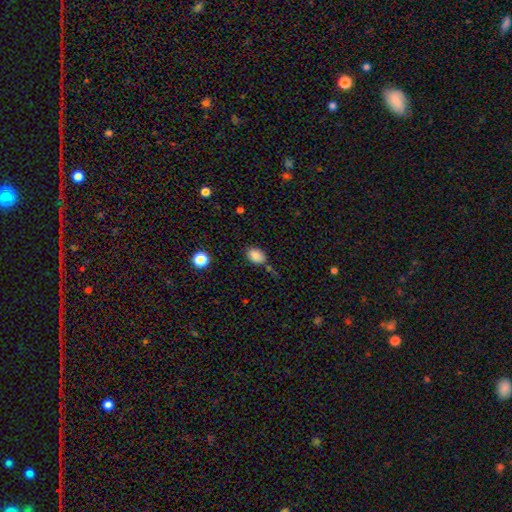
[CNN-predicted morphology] Q: Smooth or featured?
A: smooth (86%); runner-up: star or artifact (10%)
Q: How rounded?
A: in between (80%); runner-up: round (19%)
Q: Merging?
A: none (70%); runner-up: minor disturbance (18%)